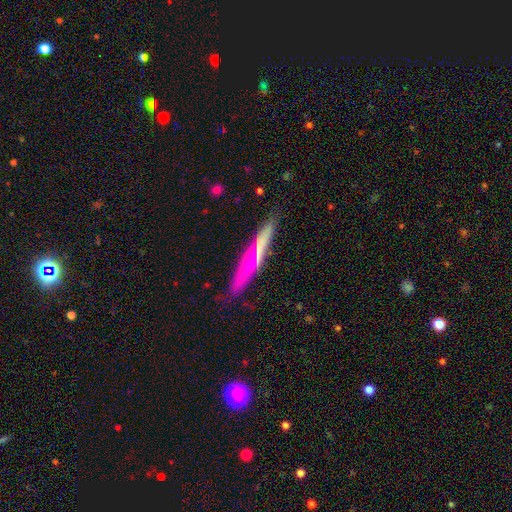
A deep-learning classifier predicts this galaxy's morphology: Smooth or featured? featured or disk (49%)
Merging? none (81%)